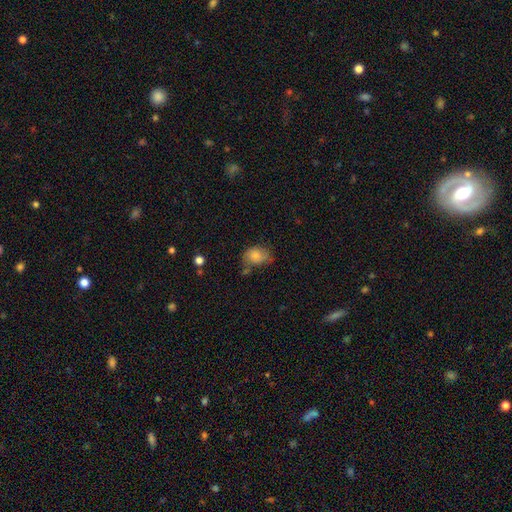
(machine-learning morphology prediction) Overall: smooth (79%). How rounded: in between (68%; round 31%). Merging: none (50%; minor disturbance 31%).